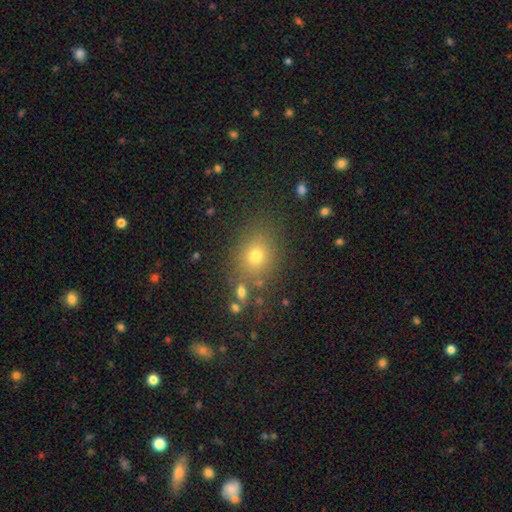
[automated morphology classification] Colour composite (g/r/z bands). It shows a smooth galaxy with no disk features (71%) that is round (66%). Merging: none (79%).